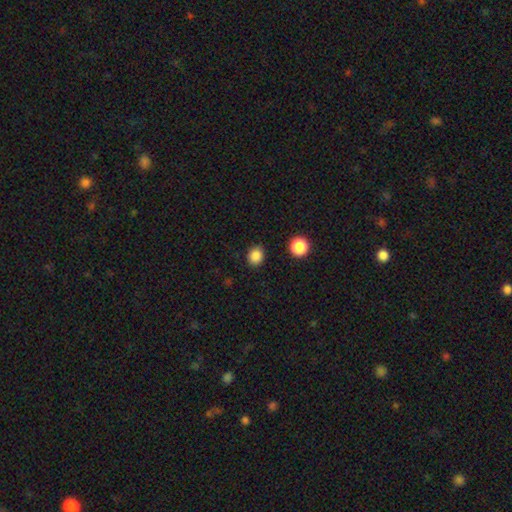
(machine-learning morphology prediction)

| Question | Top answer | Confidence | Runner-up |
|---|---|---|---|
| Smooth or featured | smooth | 86% | star or artifact (11%) |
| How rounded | round | 65% | in between (34%) |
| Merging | none | 88% | minor disturbance (7%) |